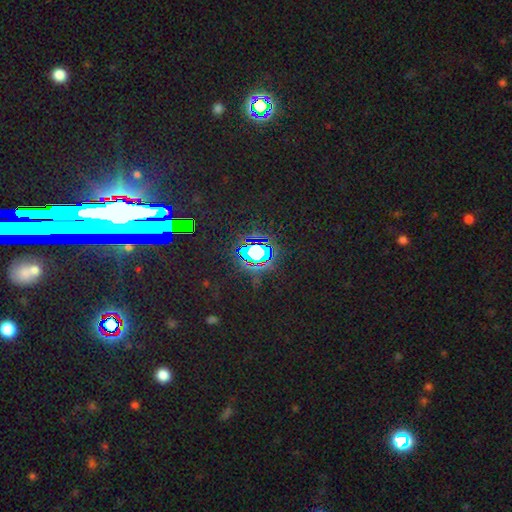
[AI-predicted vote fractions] star or artifact 74%, smooth 15%, featured or disk 10%.